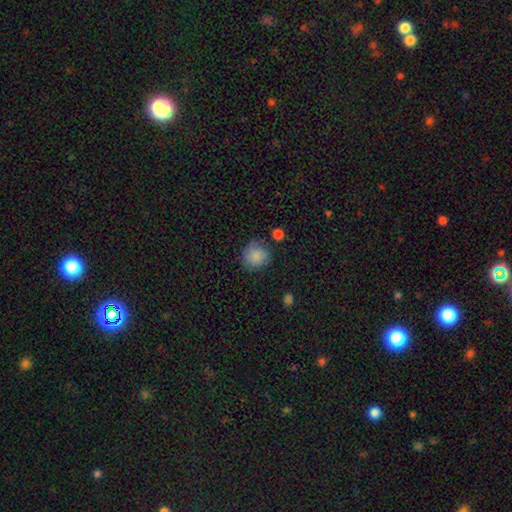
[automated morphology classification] type=smooth (83%); roundness=round (87%); merging=none (70%).